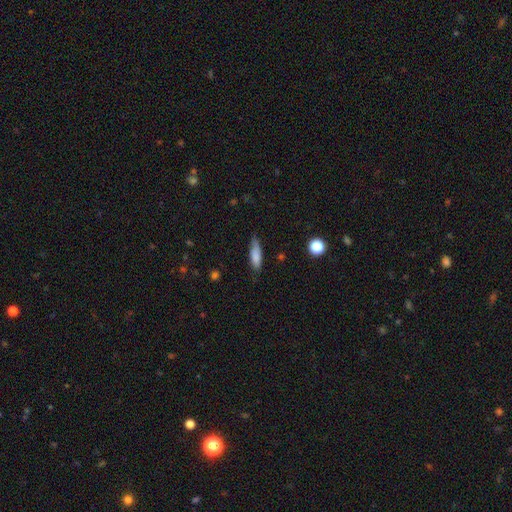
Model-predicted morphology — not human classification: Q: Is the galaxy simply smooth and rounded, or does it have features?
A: smooth — 82%.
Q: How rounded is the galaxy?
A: cigar-shaped — 49%, tied with in between.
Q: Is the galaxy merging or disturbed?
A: none — 68%.